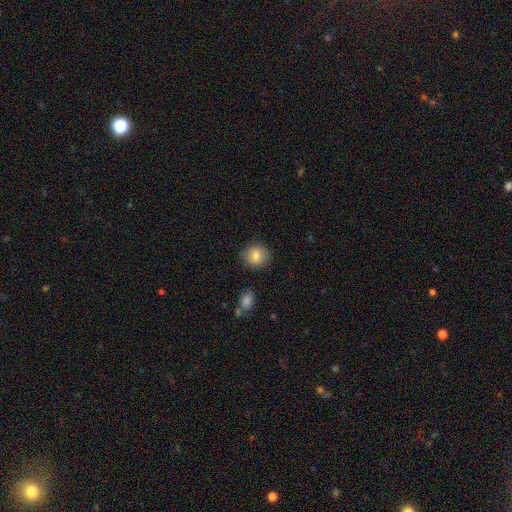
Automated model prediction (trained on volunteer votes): Smooth or featured? smooth (83%)
How rounded? round (82%)
Merging? none (85%)